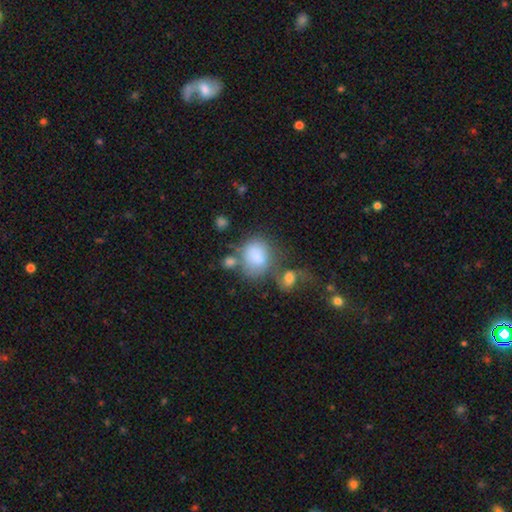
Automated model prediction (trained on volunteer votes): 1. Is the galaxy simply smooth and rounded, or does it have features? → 79% smooth, 11% featured or disk, 10% star or artifact.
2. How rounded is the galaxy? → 50% round, 49% in between, 1% cigar-shaped.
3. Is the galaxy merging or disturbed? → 41% none, 25% merger, 20% minor disturbance, 14% major disturbance.